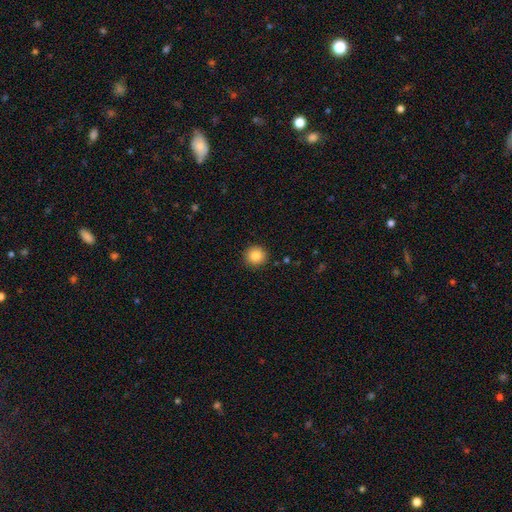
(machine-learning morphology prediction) Overall: smooth (86%). How rounded: round (93%). Merging: none (91%).